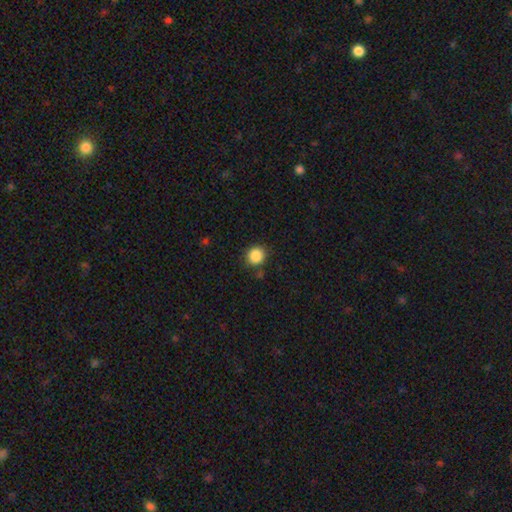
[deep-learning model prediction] smooth-or-featured: smooth: 87% | star or artifact: 10% | featured or disk: 3%
  how-rounded: round: 89% | in between: 11% | cigar-shaped: 1%
  merging: none: 84% | minor disturbance: 11% | major disturbance: 3% | merger: 3%